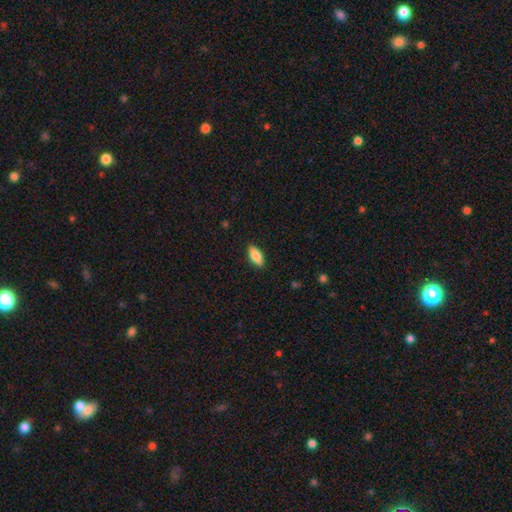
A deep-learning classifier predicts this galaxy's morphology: The model was most divided on "how rounded": in between: 82%, cigar-shaped: 16%, round: 2%. More confident: merging — none (89%); smooth or featured — smooth (84%).